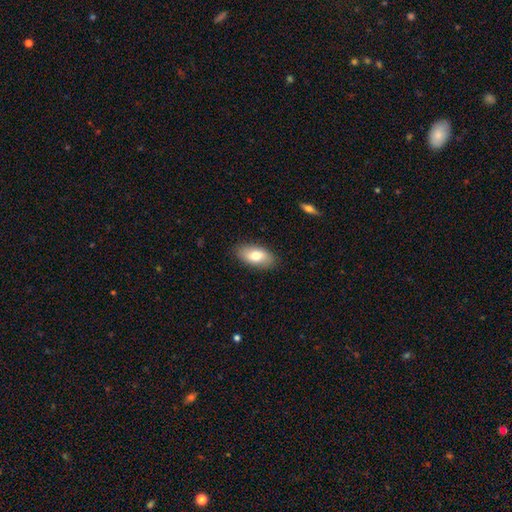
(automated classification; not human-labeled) Overall: smooth (76%). How rounded: in between (91%). Merging: none (88%).